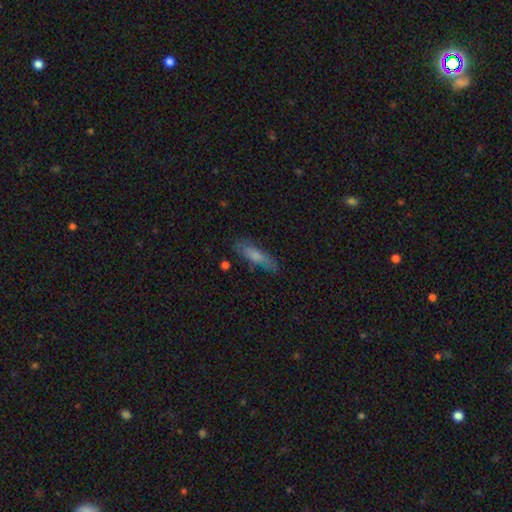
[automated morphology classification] This appears to be a smooth galaxy with no disk features (64%) that is cigar-shaped (61%). Merging: none (73%).